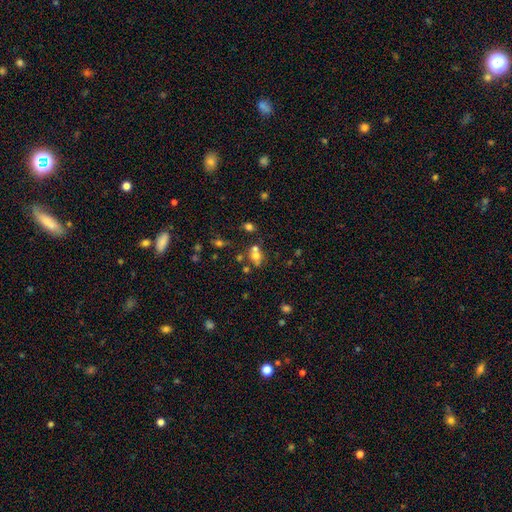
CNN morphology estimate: Smooth or featured? Predicted: smooth (p=0.61). How rounded? Predicted: round (p=0.60). Merging? Predicted: merger (p=0.46).